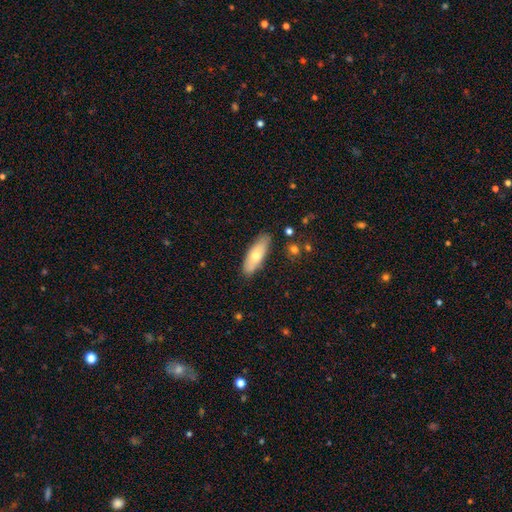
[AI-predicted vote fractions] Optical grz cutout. It shows a smooth galaxy with no disk features (64%) that is in between round and cigar-shaped (63%). Merging: none (85%).